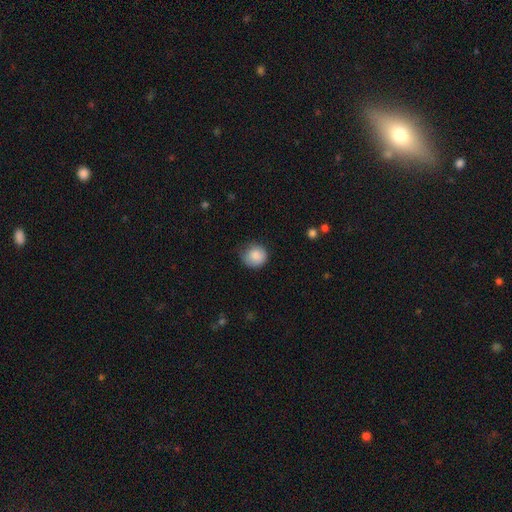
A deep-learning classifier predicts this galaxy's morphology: Q: Smooth or featured?
A: smooth (86%); runner-up: star or artifact (8%)
Q: How rounded?
A: round (85%); runner-up: in between (14%)
Q: Merging?
A: none (66%); runner-up: minor disturbance (27%)